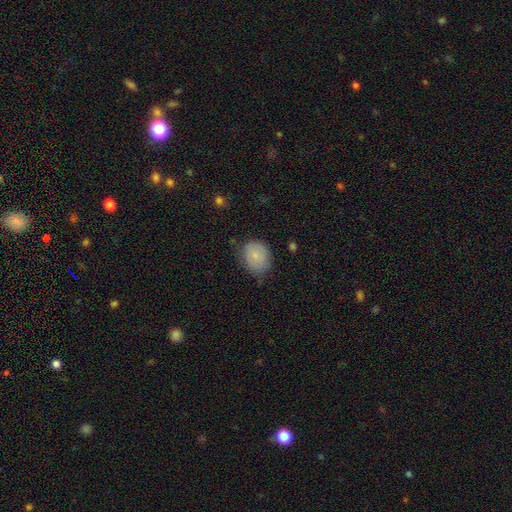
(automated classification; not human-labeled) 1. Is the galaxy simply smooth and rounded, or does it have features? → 79% smooth, 14% featured or disk, 7% star or artifact.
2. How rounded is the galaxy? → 56% round, 43% in between, 1% cigar-shaped.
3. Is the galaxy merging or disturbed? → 67% none, 26% minor disturbance, 6% major disturbance, 1% merger.